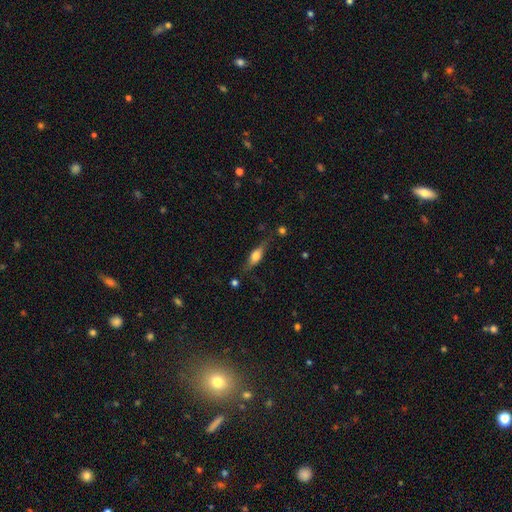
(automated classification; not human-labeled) A featured or disk galaxy (48%). Merging: none (72%).